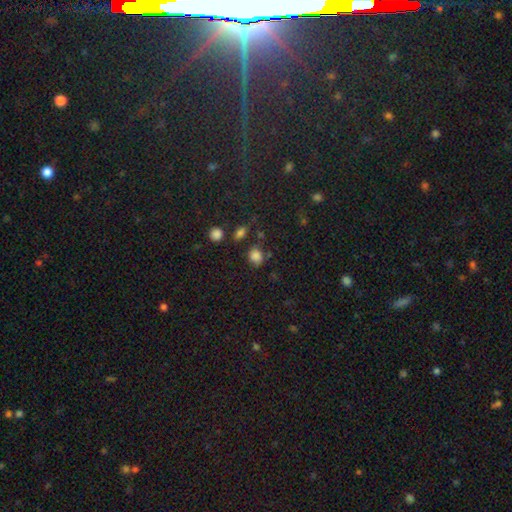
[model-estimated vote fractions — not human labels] Overall: smooth (82%). How rounded: round (54%; in between 45%). Merging: none (69%).